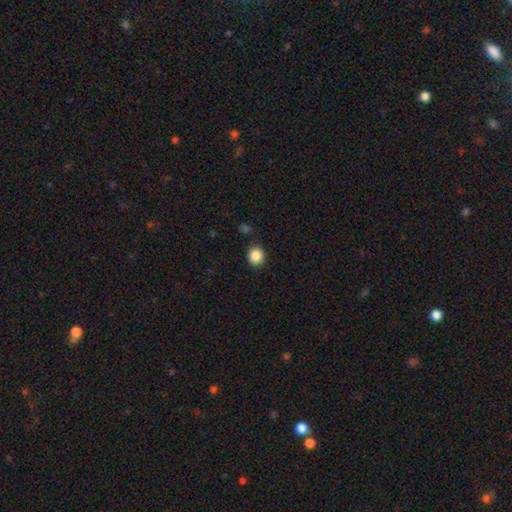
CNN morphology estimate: A smooth galaxy with no disk features (87%) that is round (73%). Merging: none (86%).